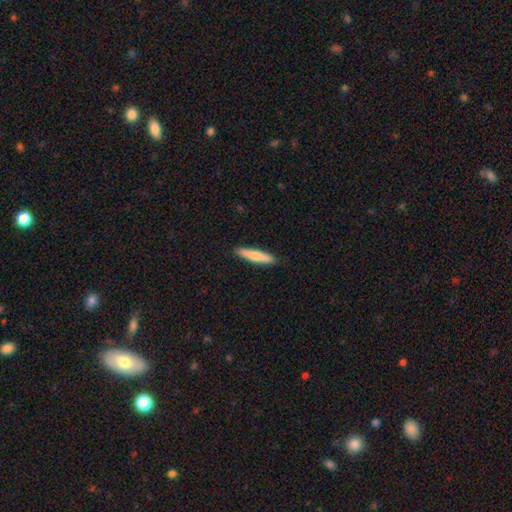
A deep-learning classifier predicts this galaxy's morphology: smooth-or-featured: smooth: 70% | featured or disk: 25% | star or artifact: 5%
  how-rounded: cigar-shaped: 89% | in between: 10% | round: 1%
  merging: none: 91% | minor disturbance: 7% | major disturbance: 1% | merger: 1%